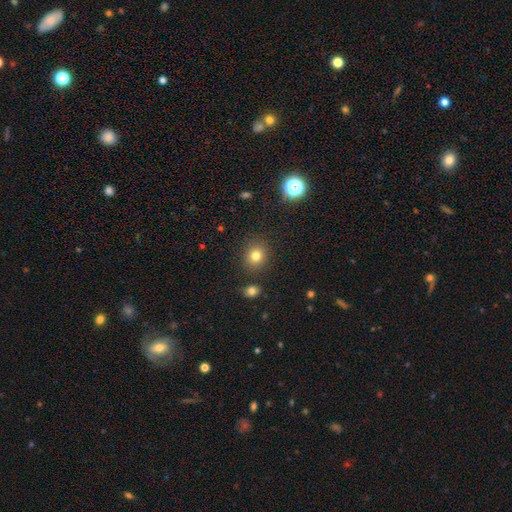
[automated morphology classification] Smooth or featured? Predicted: smooth (p=0.78). How rounded? Predicted: round (p=0.78). Merging? Predicted: none (p=0.86).